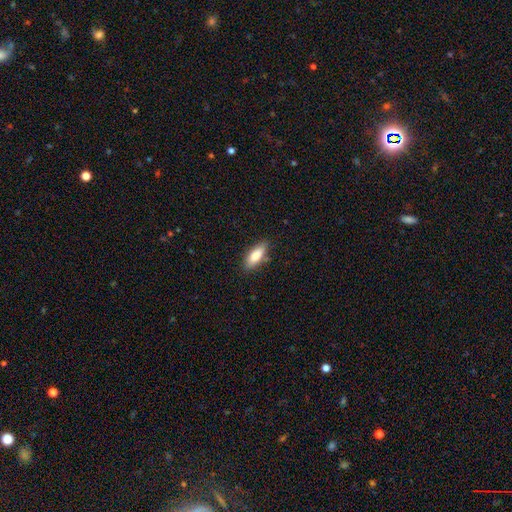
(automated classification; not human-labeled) Smooth or featured: smooth — 80% (featured or disk — 14%)
How rounded: in between — 68% (cigar-shaped — 30%)
Merging: none — 80% (minor disturbance — 15%)